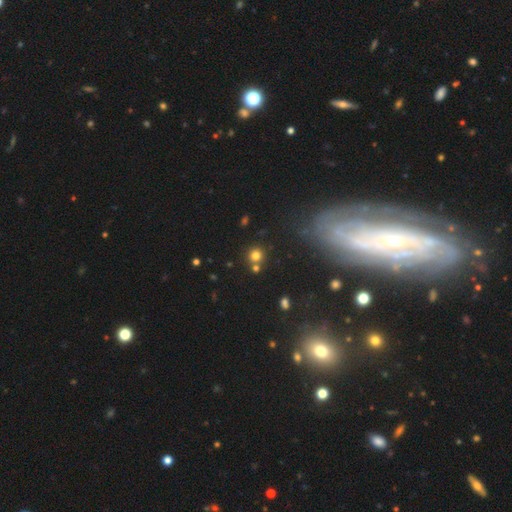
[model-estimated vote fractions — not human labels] This appears to be a smooth galaxy with no disk features (74%) that is round (91%). Merging: none (71%).